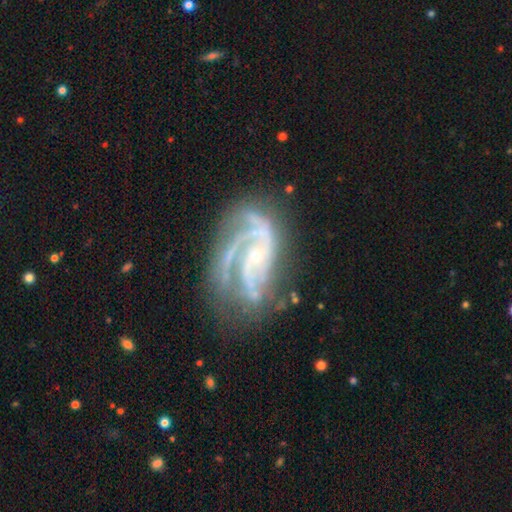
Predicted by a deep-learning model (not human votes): Smooth or featured: featured or disk — 91% (star or artifact — 5%)
Edge-on disk: no — 98% (yes — 2%)
Bar: no — 59% (weak — 29%)
Spiral arms: yes — 98% (no — 2%)
Spiral winding: medium — 48% (tight — 41%)
Spiral arm count: 2 — 36% (tied with 3 — 36%)
Bulge size: small — 79% (moderate — 17%)
Merging: none — 56% (minor disturbance — 22%)